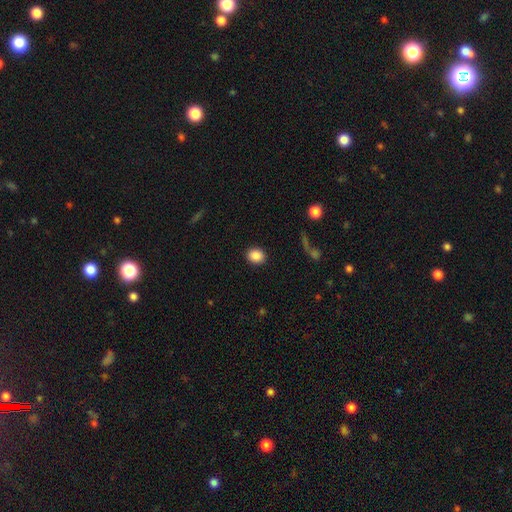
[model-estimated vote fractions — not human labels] Smooth or featured?
  - smooth: 88% *
  - star or artifact: 8%
  - featured or disk: 4%
How rounded?
  - round: 58% *
  - in between: 41%
  - cigar-shaped: 1%
Merging?
  - none: 90% *
  - minor disturbance: 6%
  - major disturbance: 2%
  - merger: 1%